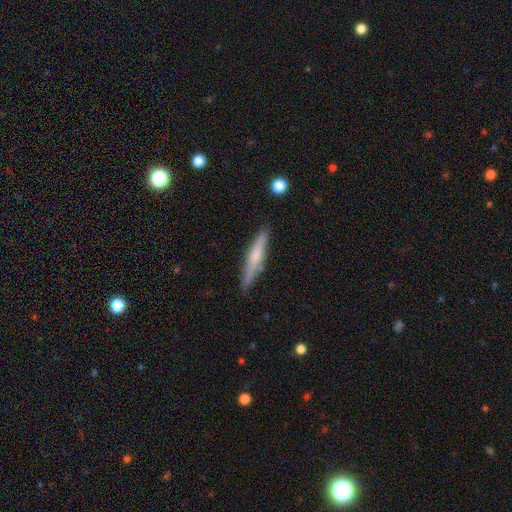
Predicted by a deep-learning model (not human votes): smooth-or-featured: smooth: 53% | featured or disk: 41% | star or artifact: 6%
  how-rounded: cigar-shaped: 92% | in between: 6% | round: 2%
  merging: none: 84% | minor disturbance: 11% | merger: 3% | major disturbance: 2%